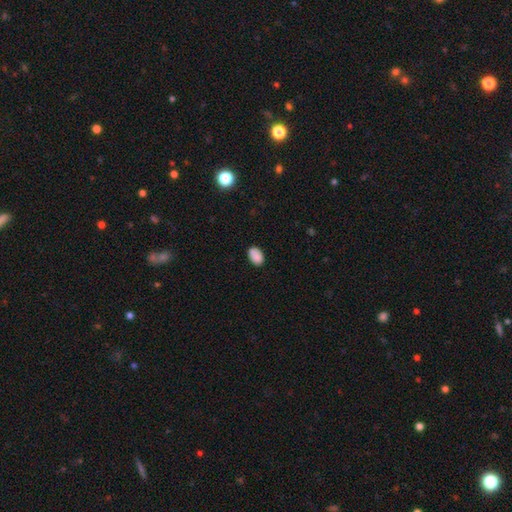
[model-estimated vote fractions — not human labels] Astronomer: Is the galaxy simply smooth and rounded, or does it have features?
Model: smooth — 85%.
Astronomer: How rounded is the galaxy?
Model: in between — 88%.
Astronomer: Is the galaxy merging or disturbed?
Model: none — 73%.